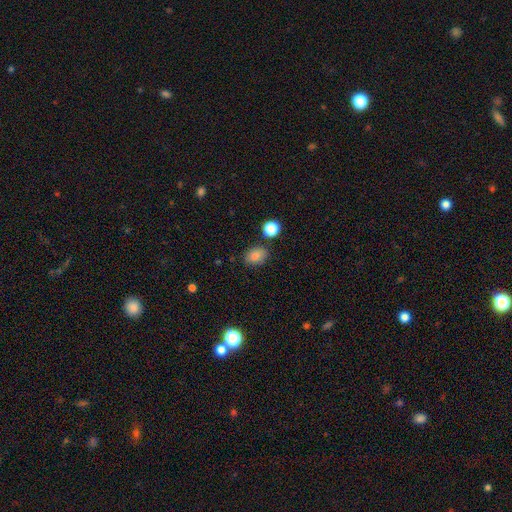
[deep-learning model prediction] Morphology: type=smooth (83%); roundness=in between (72%); merging=none (79%).